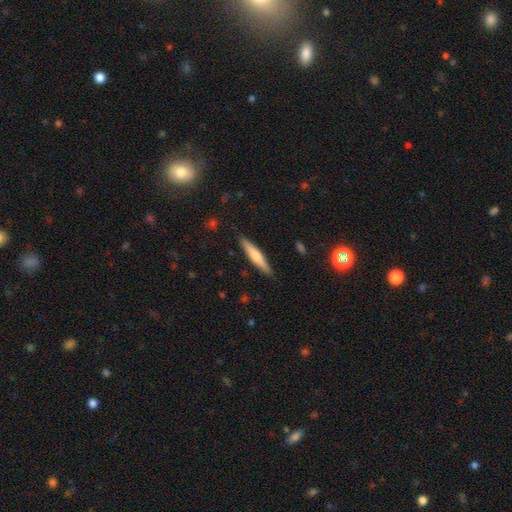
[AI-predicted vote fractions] This is possibly a smooth galaxy (58%). How rounded: clearly cigar-shaped (89%). Merging: clearly none (89%).